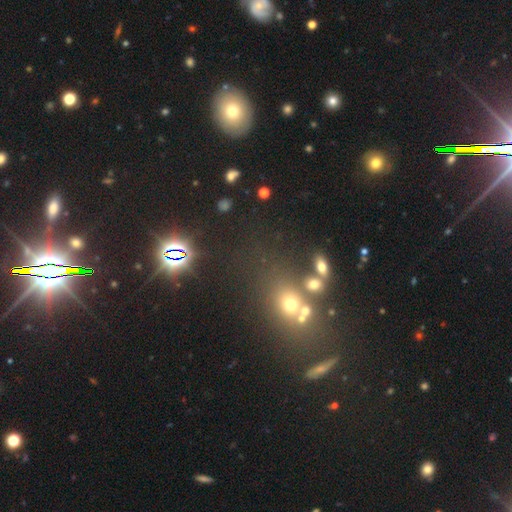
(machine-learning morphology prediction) smooth_or_featured: star or artifact (p=0.48) [alt: smooth p=0.37]